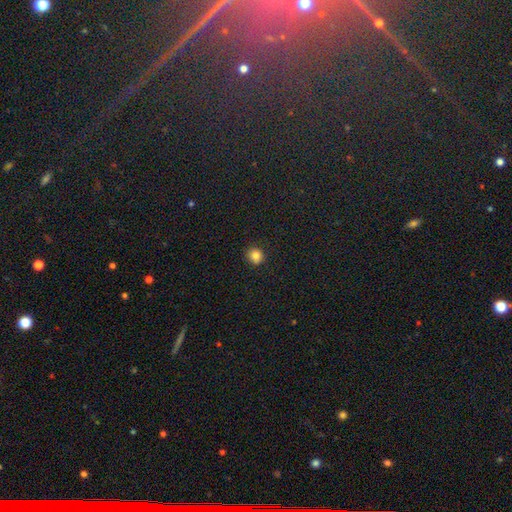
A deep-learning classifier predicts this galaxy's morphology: This is clearly a smooth galaxy (81%). How rounded: clearly round (88%). Merging: clearly none (86%).